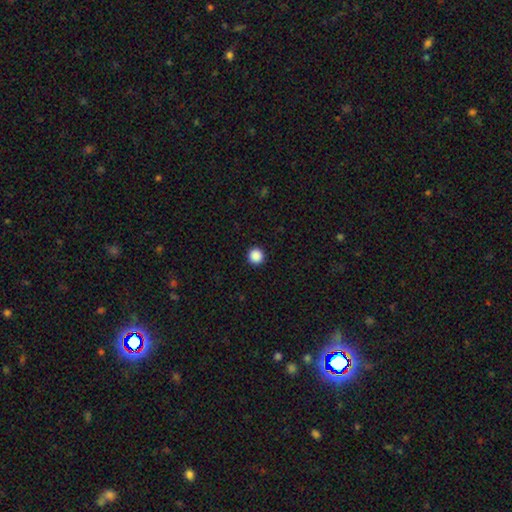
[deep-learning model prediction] This appears to be a smooth galaxy with no disk features (88%) that is round (96%). Merging: none (93%).